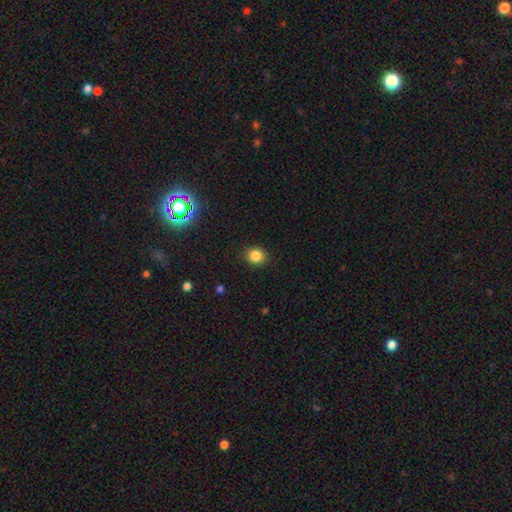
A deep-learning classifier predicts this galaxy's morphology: Smooth or featured? Predicted: smooth (p=0.84). How rounded? Predicted: round (p=0.77). Merging? Predicted: none (p=0.89).